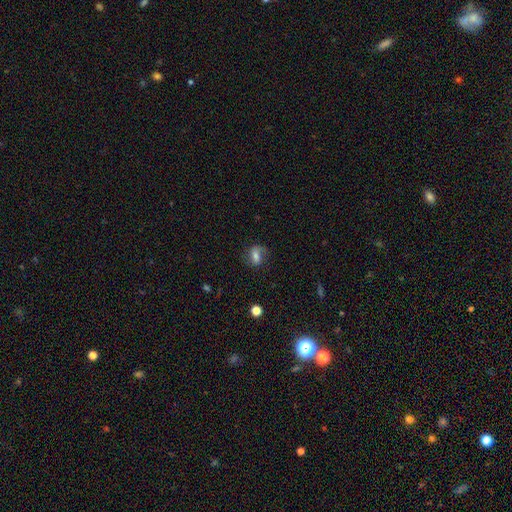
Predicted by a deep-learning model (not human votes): Smooth or featured? Predicted: smooth (p=0.54). How rounded? Predicted: in between (p=0.69). Merging? Predicted: none (p=0.65).